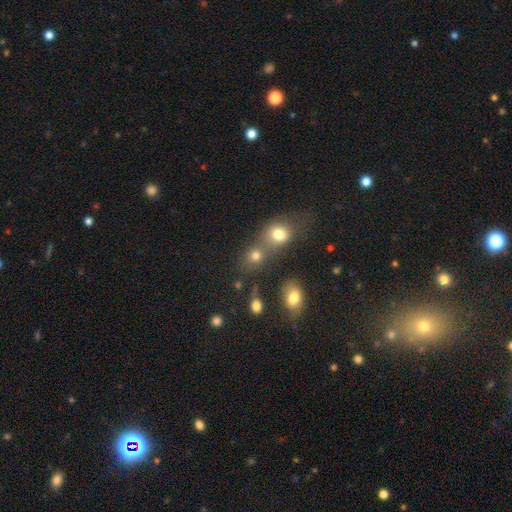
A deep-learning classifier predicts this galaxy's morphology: This is likely a smooth galaxy (77%). How rounded: likely round (72%). Merging: marginally none (44%, tied with merger).